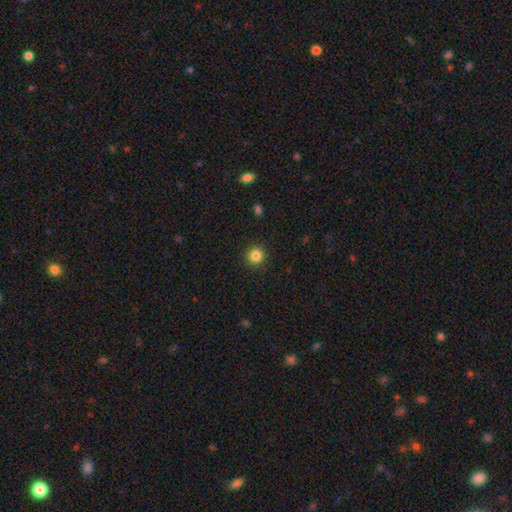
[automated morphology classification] Smooth or featured? Predicted: smooth (p=0.84). How rounded? Predicted: round (p=0.94). Merging? Predicted: none (p=0.92).